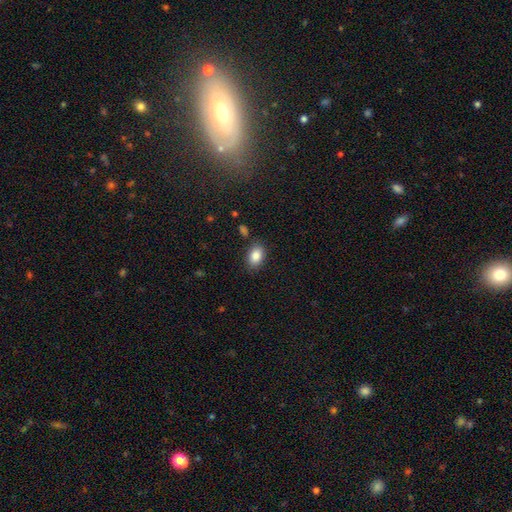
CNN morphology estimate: A smooth galaxy with no disk features (86%) that is in between round and cigar-shaped (85%). Merging: none (82%).